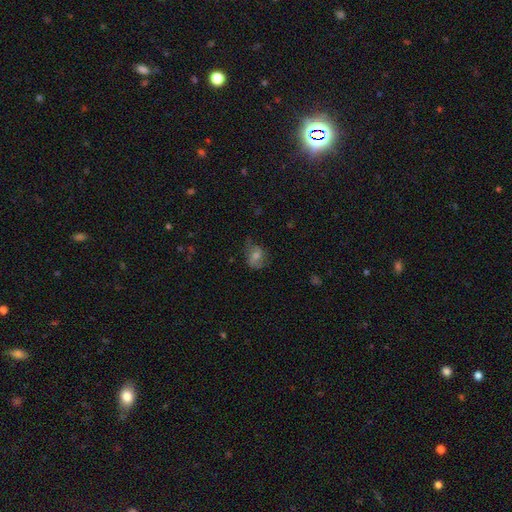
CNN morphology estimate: Q: Smooth or featured?
A: smooth (48%); runner-up: featured or disk (36%)
Q: Merging?
A: none (59%); runner-up: minor disturbance (26%)